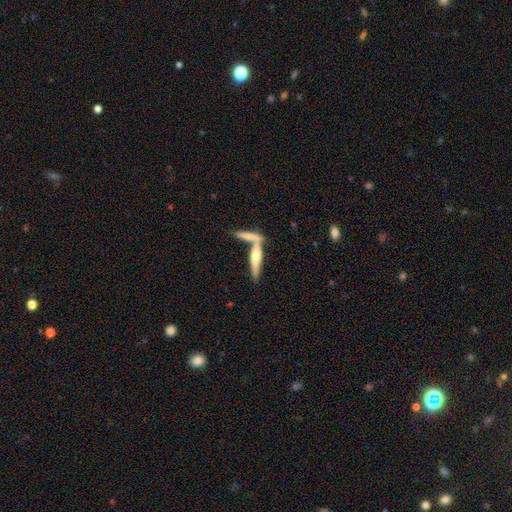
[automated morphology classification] A featured or disk galaxy (58%) viewed edge-on (93%) with a rounded central bulge (88%).

Vote fractions:
- Smooth or featured? featured or disk: 58% / smooth: 36% / star or artifact: 6%
- Edge-on disk? yes: 93% / no: 7%
- Edge-on bulge? rounded: 88% / none: 7% / boxy: 6%
- Merging? none: 51% / merger: 36% / minor disturbance: 10% / major disturbance: 4%